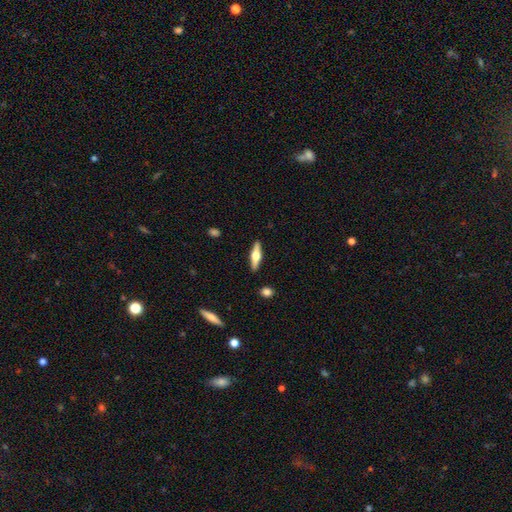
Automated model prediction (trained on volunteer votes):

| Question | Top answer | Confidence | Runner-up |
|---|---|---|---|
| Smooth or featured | featured or disk | 59% | smooth (36%) |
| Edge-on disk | yes | 96% | no (4%) |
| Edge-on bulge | rounded | 94% | boxy (5%) |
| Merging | none | 90% | minor disturbance (7%) |